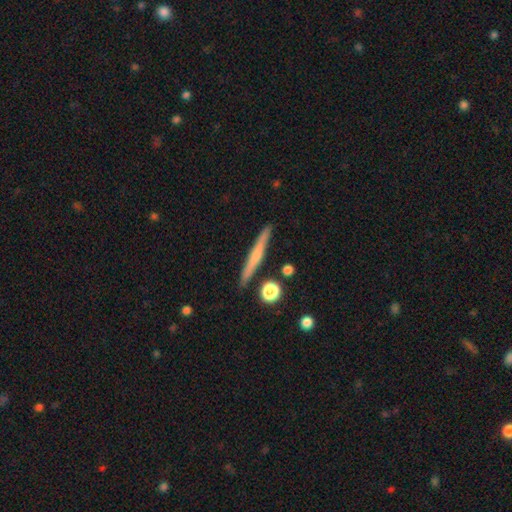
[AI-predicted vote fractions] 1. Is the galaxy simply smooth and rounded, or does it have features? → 50% featured or disk, 43% smooth, 7% star or artifact.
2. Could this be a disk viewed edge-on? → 97% yes, 3% no.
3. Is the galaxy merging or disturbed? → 89% none, 7% minor disturbance, 2% merger, 2% major disturbance.